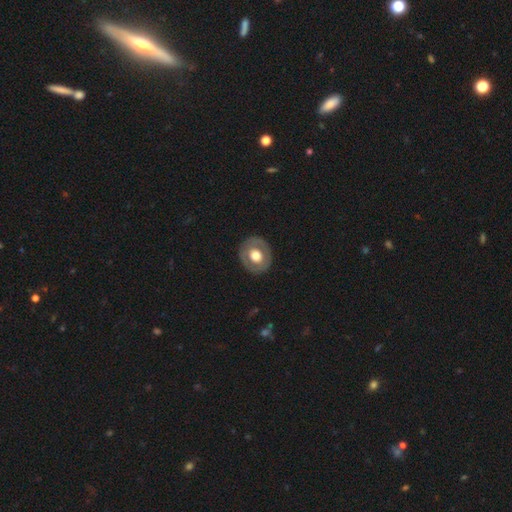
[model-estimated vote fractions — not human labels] Smooth or featured: smooth — 48% (featured or disk — 47%)
Merging: none — 85% (minor disturbance — 10%)